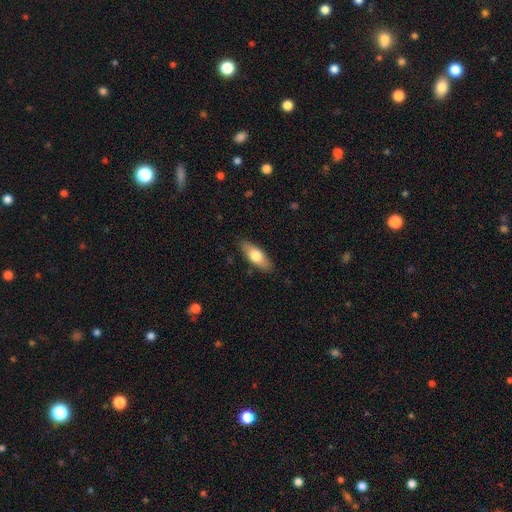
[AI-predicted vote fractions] This is likely a smooth galaxy (71%). How rounded: likely in between (73%). Merging: clearly none (86%).